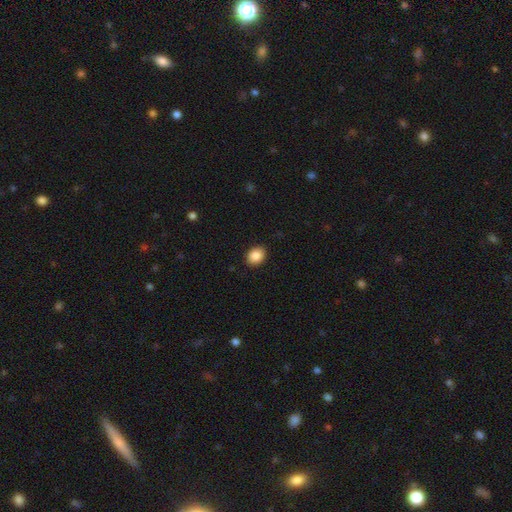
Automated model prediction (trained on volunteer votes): Overall: smooth (88%). How rounded: in between (52%; round 47%). Merging: none (89%).